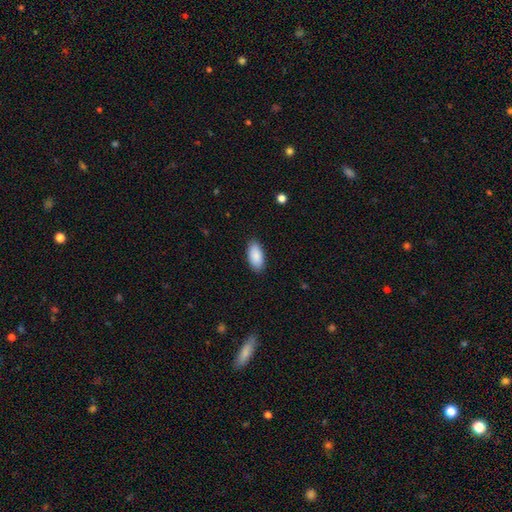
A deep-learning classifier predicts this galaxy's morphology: Smooth or featured: smooth — 90% (star or artifact — 6%)
How rounded: in between — 94% (cigar-shaped — 4%)
Merging: none — 88% (minor disturbance — 9%)